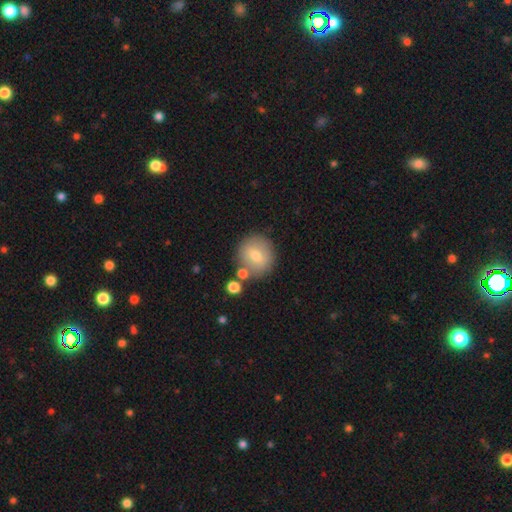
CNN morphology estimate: This appears to be a smooth galaxy with no disk features (69%) that is round (88%). Merging: none (78%).